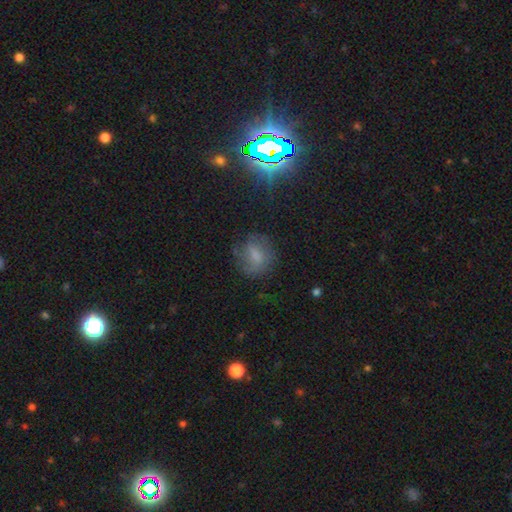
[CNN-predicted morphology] smooth-or-featured: smooth: 52% | featured or disk: 30% | star or artifact: 18%
  how-rounded: round: 60% | in between: 38% | cigar-shaped: 2%
  merging: none: 66% | minor disturbance: 21% | major disturbance: 12% | merger: 2%